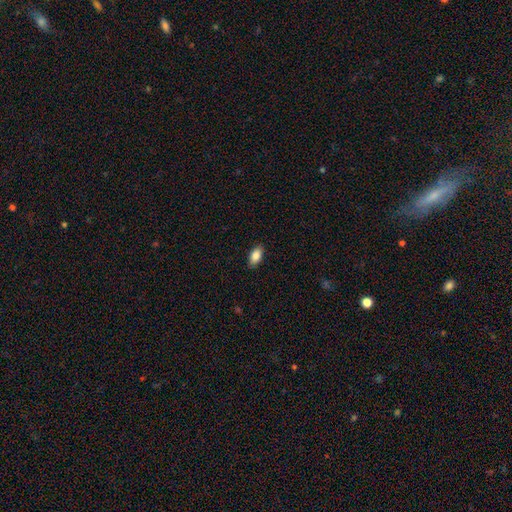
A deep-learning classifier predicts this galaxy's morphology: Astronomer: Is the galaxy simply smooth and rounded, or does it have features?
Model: smooth — 86%.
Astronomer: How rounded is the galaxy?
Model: in between — 92%.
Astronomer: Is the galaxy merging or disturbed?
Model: none — 89%.